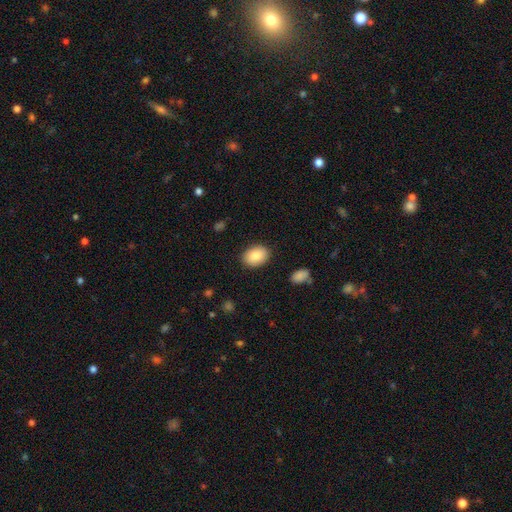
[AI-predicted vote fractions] A smooth galaxy with no disk features (87%) that is in between round and cigar-shaped (77%).

Vote fractions:
- Smooth or featured? smooth: 87% / star or artifact: 7% / featured or disk: 6%
- How rounded? in between: 77% / round: 22% / cigar-shaped: 1%
- Merging? none: 88% / minor disturbance: 9% / major disturbance: 2% / merger: 1%